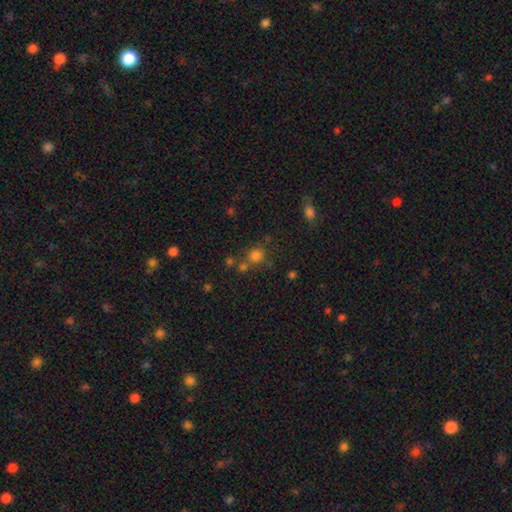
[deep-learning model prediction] smooth_or_featured: smooth (p=0.75) [alt: star or artifact p=0.18]
how_rounded: round (p=0.85) [alt: in between p=0.14]
merging: none (p=0.62) [alt: merger p=0.22]